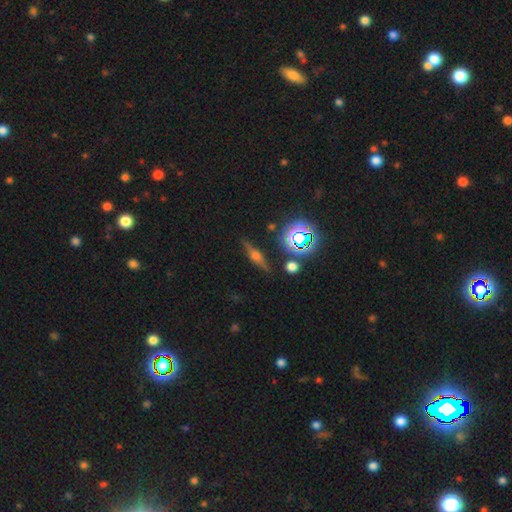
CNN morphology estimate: Smooth or featured? featured or disk (56%)
Edge-on disk? yes (93%)
Edge-on bulge? rounded (86%)
Merging? none (85%)